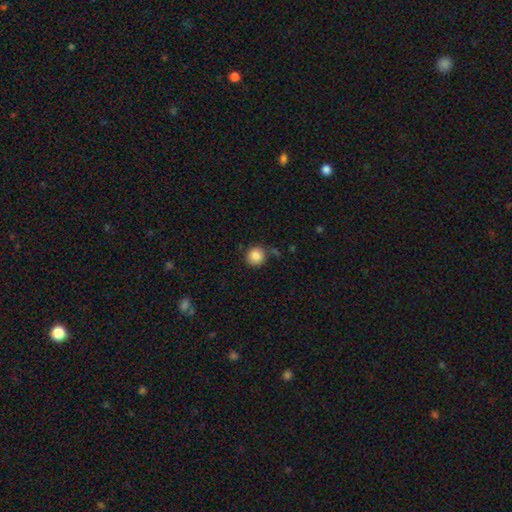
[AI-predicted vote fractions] smooth_or_featured: smooth (p=0.87) [alt: star or artifact p=0.09]
how_rounded: round (p=0.90) [alt: in between p=0.09]
merging: none (p=0.79) [alt: minor disturbance p=0.13]